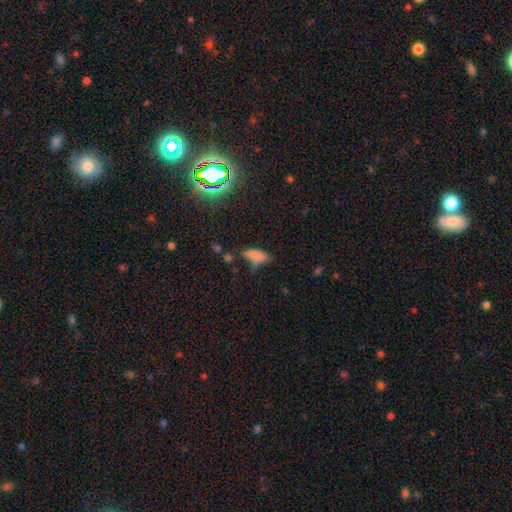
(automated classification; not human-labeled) A smooth galaxy with no disk features (72%) that is in between round and cigar-shaped (67%). Merging: none (40%).